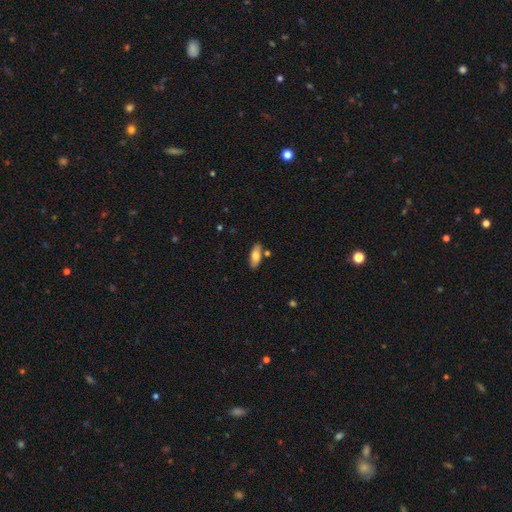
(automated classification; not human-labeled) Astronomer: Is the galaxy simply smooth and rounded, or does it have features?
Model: smooth — 74%.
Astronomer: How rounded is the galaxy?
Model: in between — 77%.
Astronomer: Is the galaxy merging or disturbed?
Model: none — 79%.